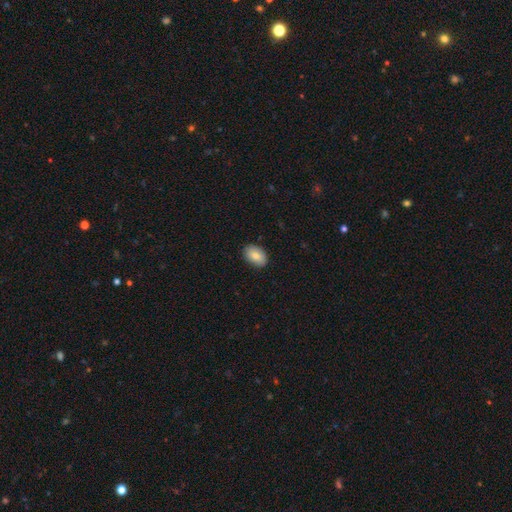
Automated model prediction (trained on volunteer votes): This appears to be a smooth galaxy with no disk features (81%) that is in between round and cigar-shaped (86%). Merging: none (87%).